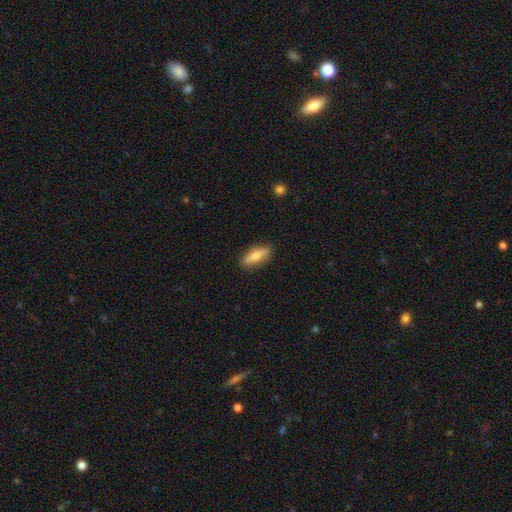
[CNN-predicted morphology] Smooth or featured? Predicted: smooth (p=0.62). How rounded? Predicted: in between (p=0.55). Merging? Predicted: none (p=0.88).